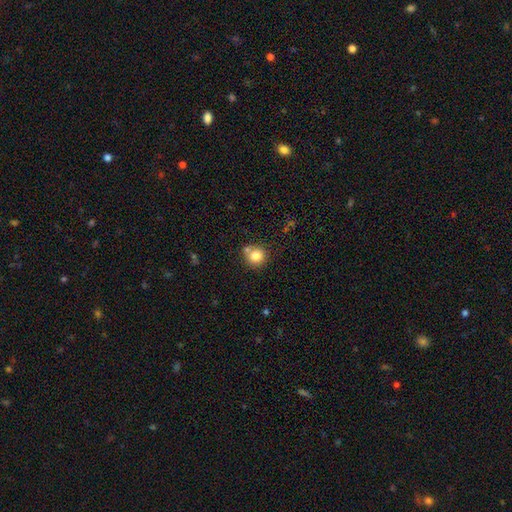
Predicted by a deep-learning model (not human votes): Smooth or featured?
  - smooth: 80% *
  - star or artifact: 11%
  - featured or disk: 9%
How rounded?
  - round: 91% *
  - in between: 8%
  - cigar-shaped: 1%
Merging?
  - none: 67% *
  - merger: 17%
  - minor disturbance: 12%
  - major disturbance: 3%